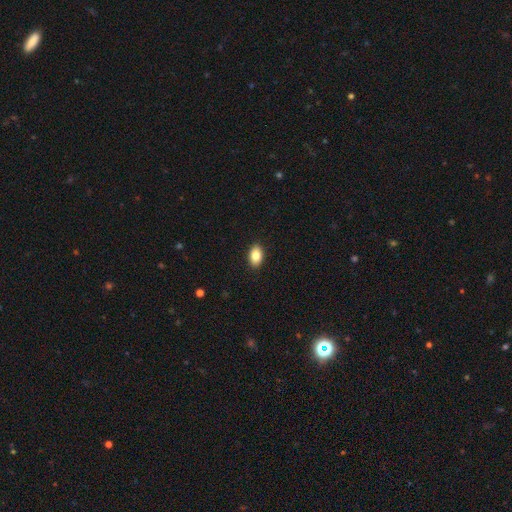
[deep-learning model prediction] Smooth or featured? Predicted: smooth (p=0.85). How rounded? Predicted: in between (p=0.90). Merging? Predicted: none (p=0.91).